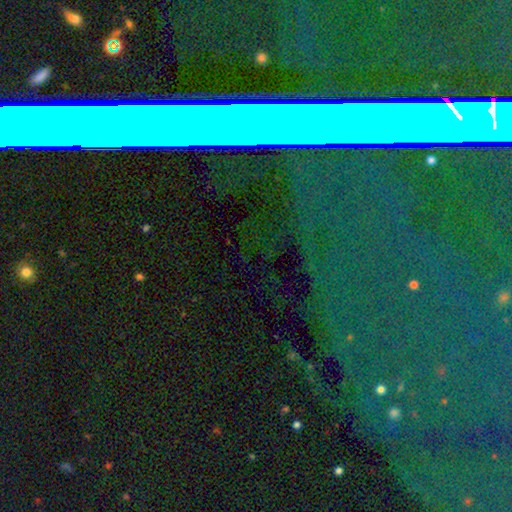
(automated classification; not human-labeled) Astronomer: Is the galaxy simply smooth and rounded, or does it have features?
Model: star or artifact — 58%.